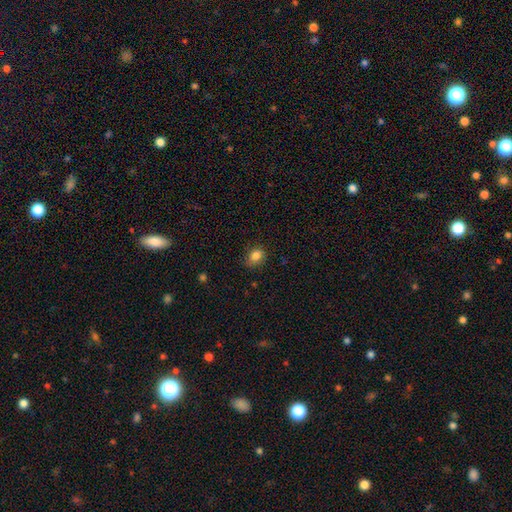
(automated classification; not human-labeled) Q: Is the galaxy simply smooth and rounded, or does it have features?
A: smooth — 84%.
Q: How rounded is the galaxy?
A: in between — 54%.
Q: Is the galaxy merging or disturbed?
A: none — 78%.